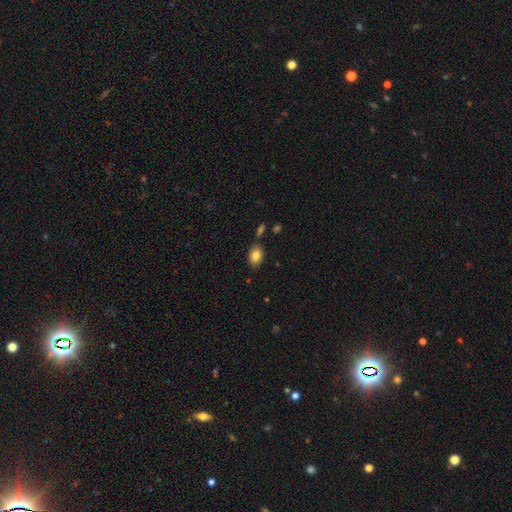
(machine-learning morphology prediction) A smooth galaxy with no disk features (83%) that is in between round and cigar-shaped (79%). Merging: none (81%).